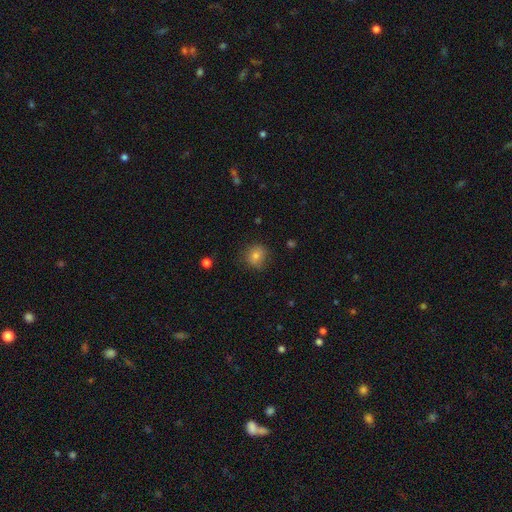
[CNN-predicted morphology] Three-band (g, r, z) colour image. It shows a smooth galaxy with no disk features (78%) that is round (83%). Merging: none (81%).